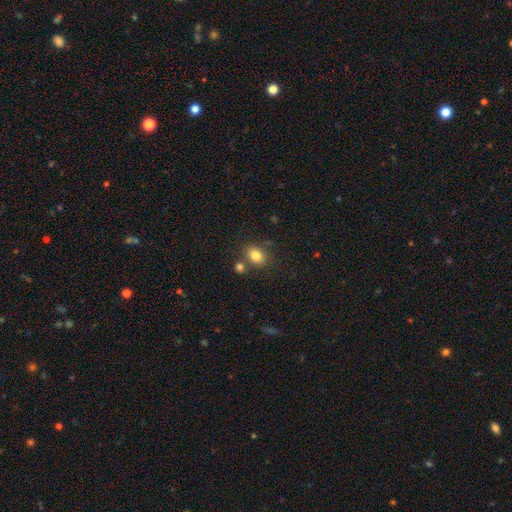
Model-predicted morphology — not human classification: Smooth or featured: smooth — 82% (star or artifact — 10%)
How rounded: in between — 65% (round — 34%)
Merging: none — 68% (merger — 16%)